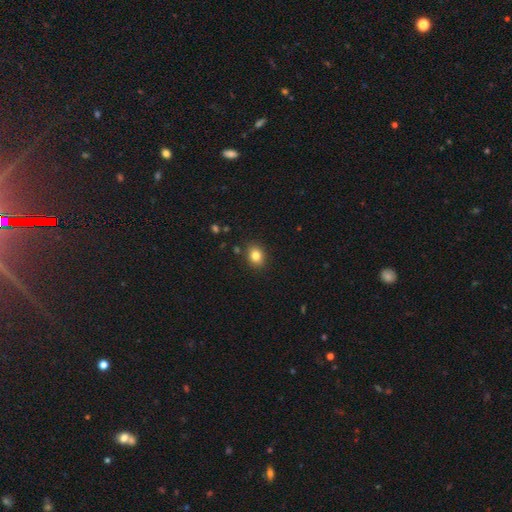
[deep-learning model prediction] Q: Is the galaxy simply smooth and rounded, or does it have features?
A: smooth — 83%.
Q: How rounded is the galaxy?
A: in between — 53%.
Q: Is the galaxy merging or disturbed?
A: none — 87%.